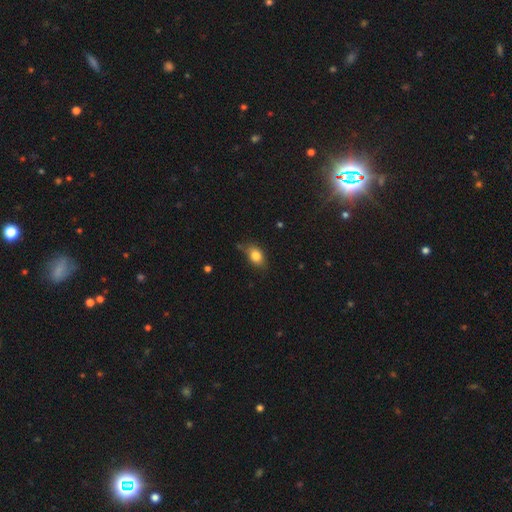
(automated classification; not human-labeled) A smooth galaxy with no disk features (81%) that is in between round and cigar-shaped (81%).

Vote fractions:
- Smooth or featured? smooth: 81% / featured or disk: 11% / star or artifact: 9%
- How rounded? in between: 81% / round: 15% / cigar-shaped: 4%
- Merging? none: 66% / minor disturbance: 26% / major disturbance: 5% / merger: 3%